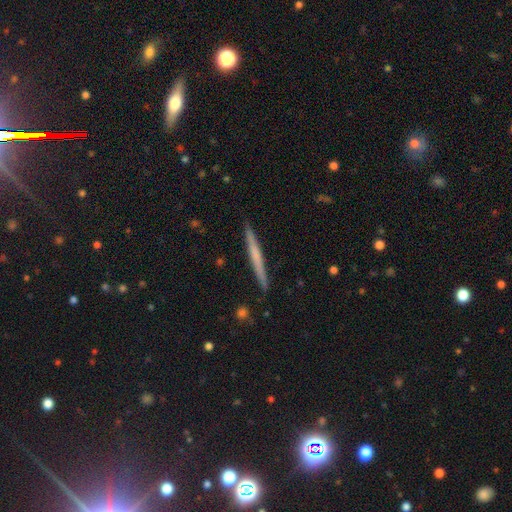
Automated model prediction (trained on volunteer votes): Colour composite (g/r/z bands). It shows a featured or disk galaxy (49%). Merging: none (91%).